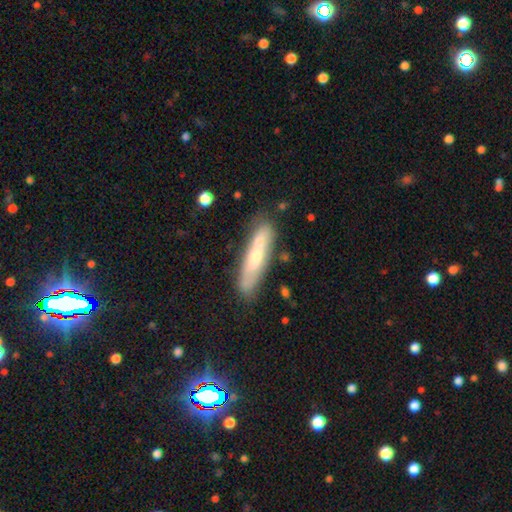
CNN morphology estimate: Smooth or featured? Predicted: smooth (p=0.51). How rounded? Predicted: cigar-shaped (p=0.75). Merging? Predicted: none (p=0.74).